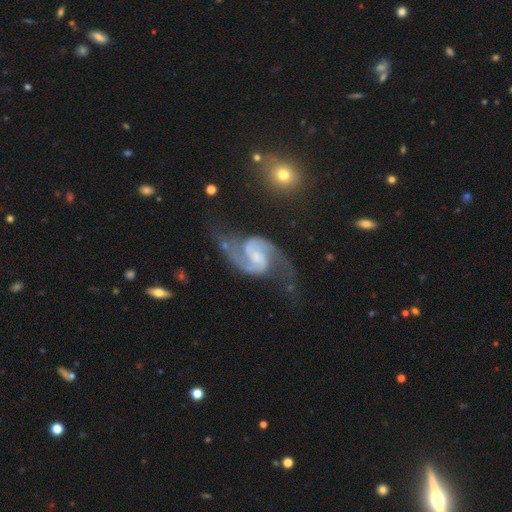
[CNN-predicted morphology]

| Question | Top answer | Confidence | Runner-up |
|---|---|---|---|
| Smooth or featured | featured or disk | 92% | star or artifact (4%) |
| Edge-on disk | no | 98% | yes (2%) |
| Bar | weak | 46% | no (39%) |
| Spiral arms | yes | 98% | no (2%) |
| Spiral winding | medium | 56% | loose (31%) |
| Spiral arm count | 2 | 94% | can't tell (2%) |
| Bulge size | small | 44% | moderate (28%) |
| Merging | none | 63% | minor disturbance (20%) |